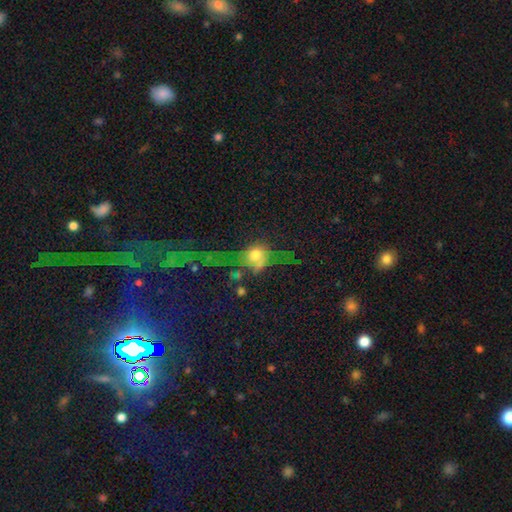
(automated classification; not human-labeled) smooth 67%, featured or disk 18%, star or artifact 15%. Down the decision tree: how rounded — round (67%); merging — none (32%).